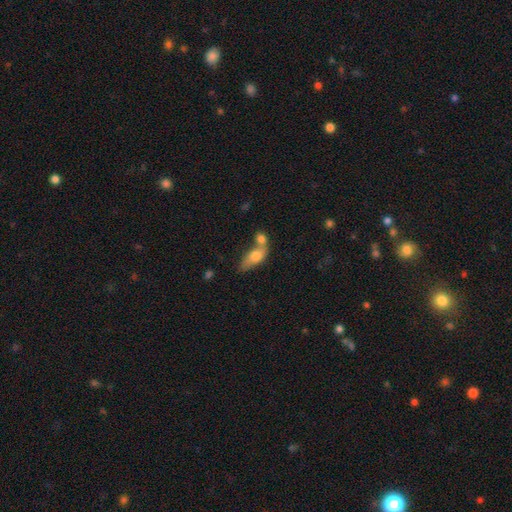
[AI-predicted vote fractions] Morphology: type=smooth (69%); roundness=in between (77%); merging=merger (57%).